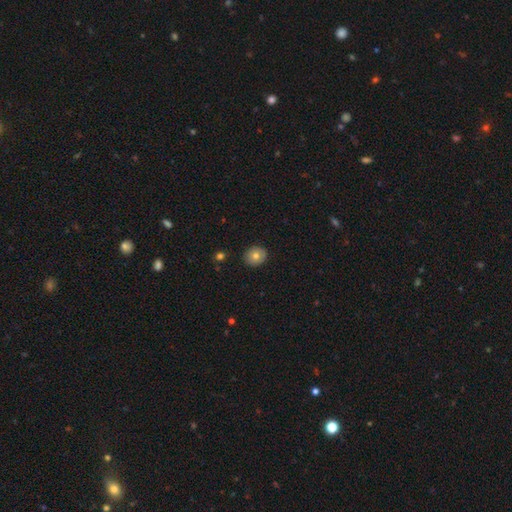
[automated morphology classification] This is likely a smooth galaxy (76%). How rounded: likely round (77%). Merging: clearly none (89%).